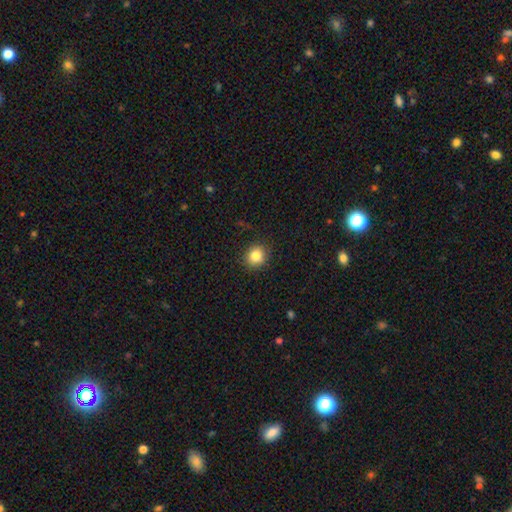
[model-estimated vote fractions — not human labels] Smooth or featured: smooth — 84% (star or artifact — 11%)
How rounded: round — 85% (in between — 14%)
Merging: none — 87% (minor disturbance — 9%)